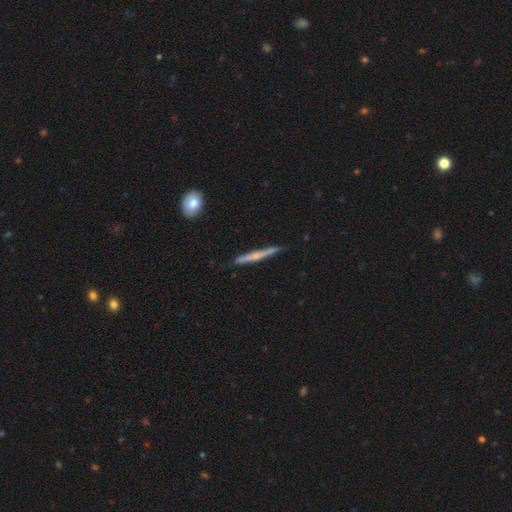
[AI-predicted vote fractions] A featured or disk galaxy (53%) viewed edge-on (97%) with no central bulge (49%). Merging: none (87%).